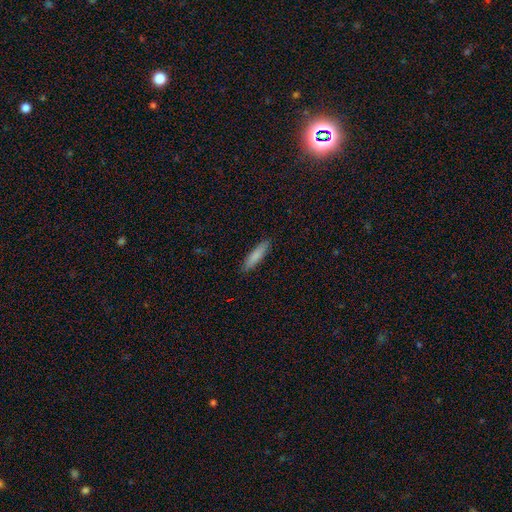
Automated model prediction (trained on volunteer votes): Morphology: type=smooth (83%); roundness=cigar-shaped (78%); merging=none (88%).